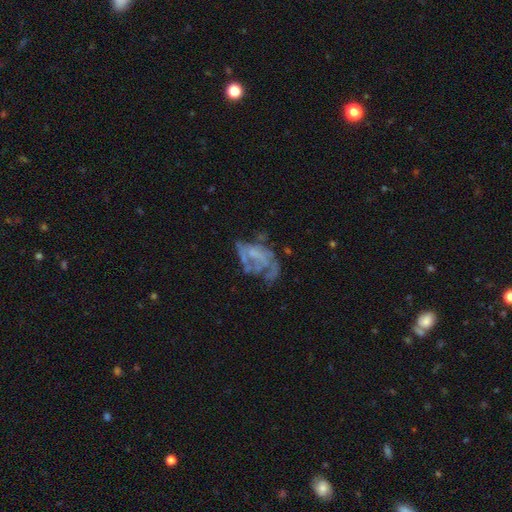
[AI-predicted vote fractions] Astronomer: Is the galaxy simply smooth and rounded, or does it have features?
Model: featured or disk — 70%.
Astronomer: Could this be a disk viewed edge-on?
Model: no — 97%.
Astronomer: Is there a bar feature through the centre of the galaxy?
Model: no — 71%.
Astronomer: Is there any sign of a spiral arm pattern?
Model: no — 50%, tied with yes at 50%.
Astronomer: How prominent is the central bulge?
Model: none — 66%.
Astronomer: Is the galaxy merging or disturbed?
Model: major disturbance — 40% (runner-up: none, 33%).